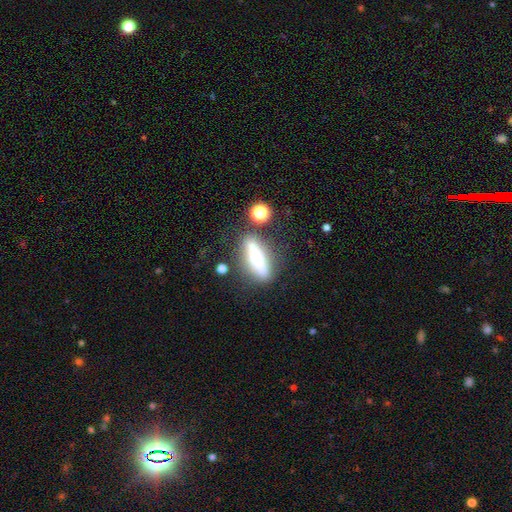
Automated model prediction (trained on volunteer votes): Smooth or featured: smooth — 57% (featured or disk — 34%)
How rounded: cigar-shaped — 57% (in between — 40%)
Merging: none — 69% (minor disturbance — 16%)